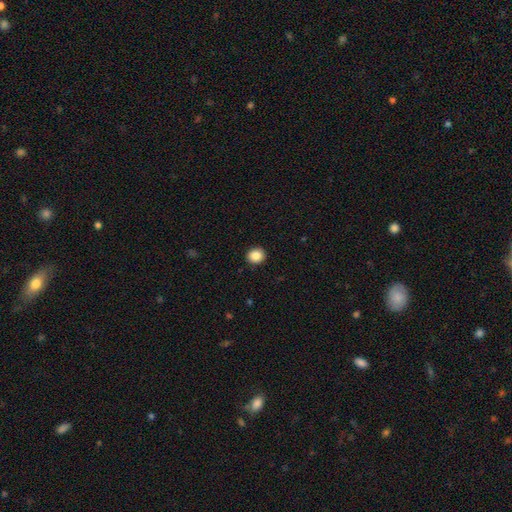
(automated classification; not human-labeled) Overall: smooth (86%). How rounded: round (79%). Merging: none (92%).